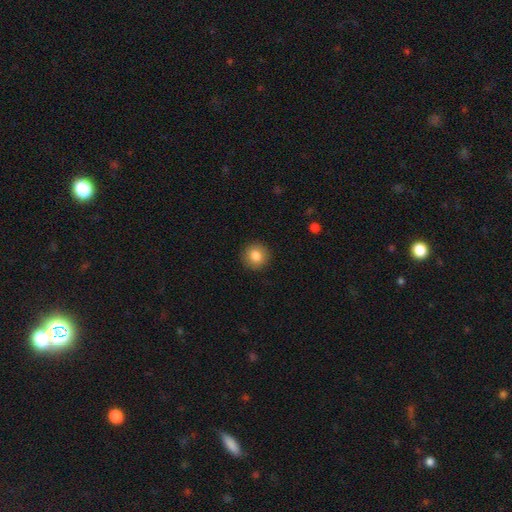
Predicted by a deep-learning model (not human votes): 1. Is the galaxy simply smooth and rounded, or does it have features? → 83% smooth, 9% star or artifact, 8% featured or disk.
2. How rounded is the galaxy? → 92% round, 7% in between, 1% cigar-shaped.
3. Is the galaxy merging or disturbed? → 91% none, 6% minor disturbance, 2% major disturbance, 1% merger.